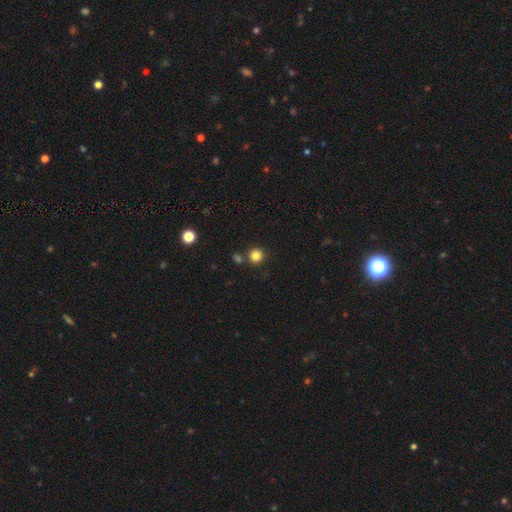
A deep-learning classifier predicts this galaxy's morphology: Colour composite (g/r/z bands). It shows a smooth galaxy with no disk features (83%) that is round (94%). Merging: none (82%).